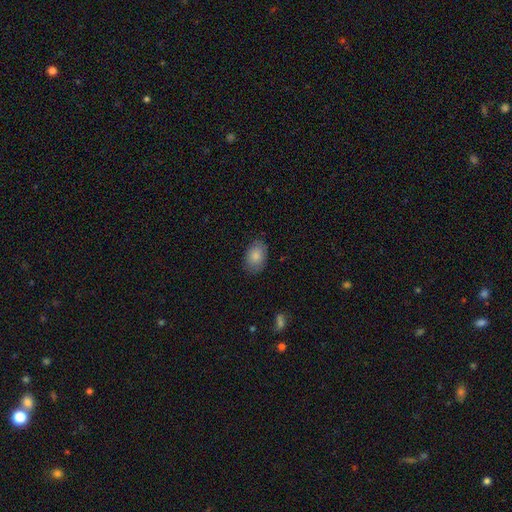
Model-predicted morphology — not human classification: This is clearly a smooth galaxy (85%). How rounded: clearly in between (86%). Merging: clearly none (83%).